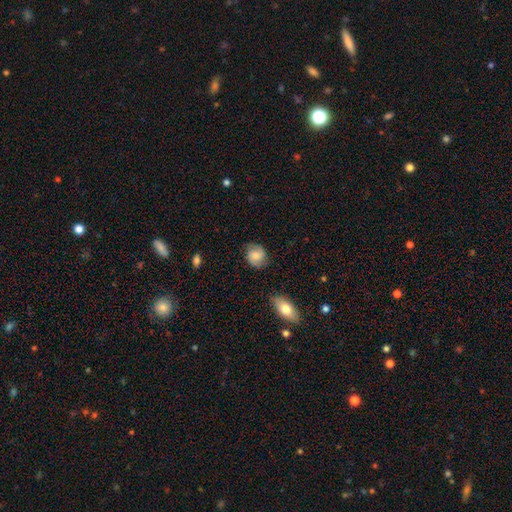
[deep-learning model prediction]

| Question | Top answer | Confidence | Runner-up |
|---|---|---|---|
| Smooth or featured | smooth | 55% | featured or disk (37%) |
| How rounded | round | 62% | in between (37%) |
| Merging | none | 77% | minor disturbance (17%) |